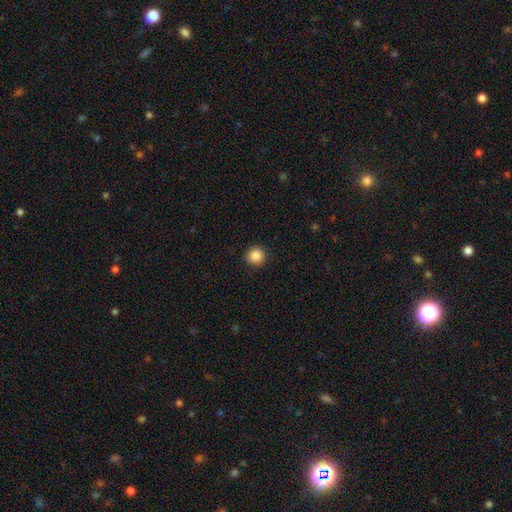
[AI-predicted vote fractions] This appears to be a smooth galaxy with no disk features (88%) that is round (94%). Merging: none (92%).